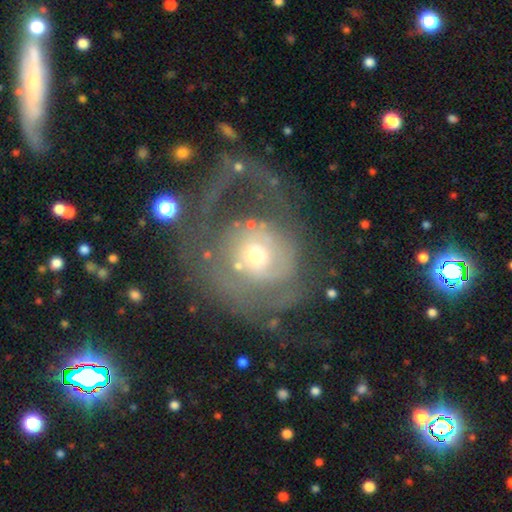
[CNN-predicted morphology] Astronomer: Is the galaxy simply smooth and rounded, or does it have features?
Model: featured or disk — 68%.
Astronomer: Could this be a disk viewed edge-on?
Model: no — 96%.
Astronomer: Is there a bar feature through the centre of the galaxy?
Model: no — 79%.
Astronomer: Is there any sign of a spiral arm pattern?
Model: yes — 63%.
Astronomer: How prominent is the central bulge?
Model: moderate — 48% (runner-up: small, 43%).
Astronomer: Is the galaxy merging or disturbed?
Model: major disturbance — 47% (runner-up: none, 34%).